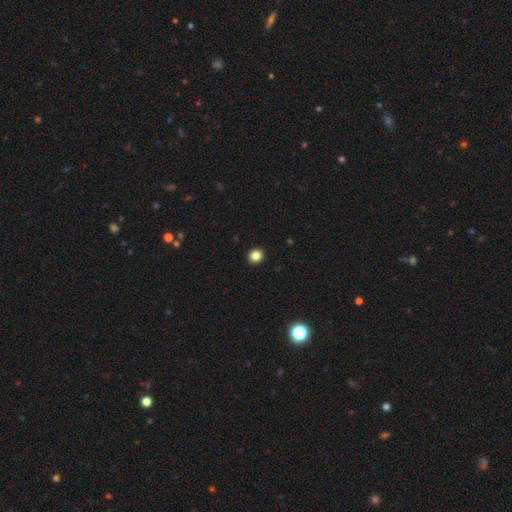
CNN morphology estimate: Overall: smooth (84%). How rounded: round (89%). Merging: none (94%).